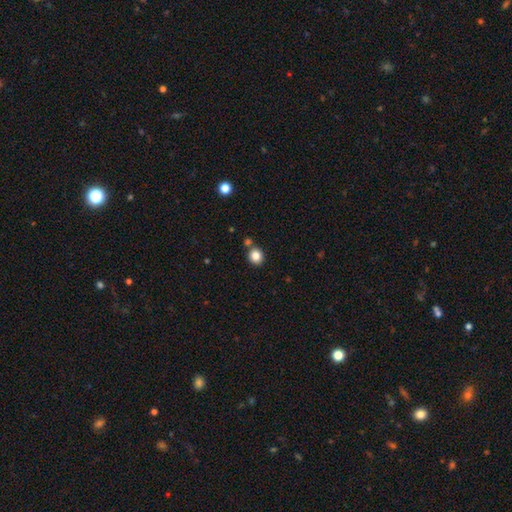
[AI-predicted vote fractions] Smooth or featured? smooth (84%)
How rounded? round (81%)
Merging? none (78%)